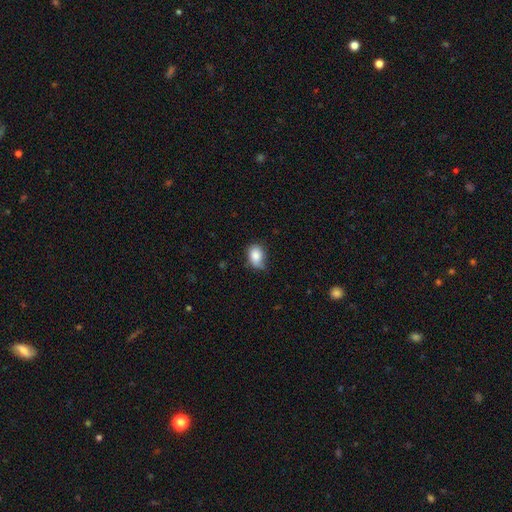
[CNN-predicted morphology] Smooth or featured? smooth (84%)
How rounded? in between (75%)
Merging? none (52%)